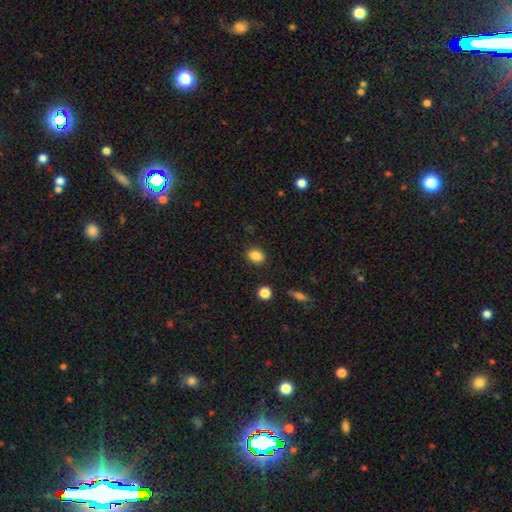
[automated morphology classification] The model was most divided on "how rounded": in between: 53%, round: 46%, cigar-shaped: 1%. More confident: merging — none (87%); smooth or featured — smooth (85%).